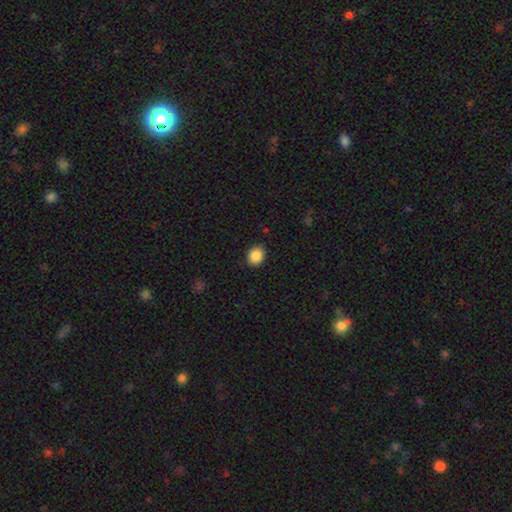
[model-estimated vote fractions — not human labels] Smooth or featured: smooth — 88% (star or artifact — 9%)
How rounded: round — 69% (in between — 30%)
Merging: none — 88% (minor disturbance — 9%)